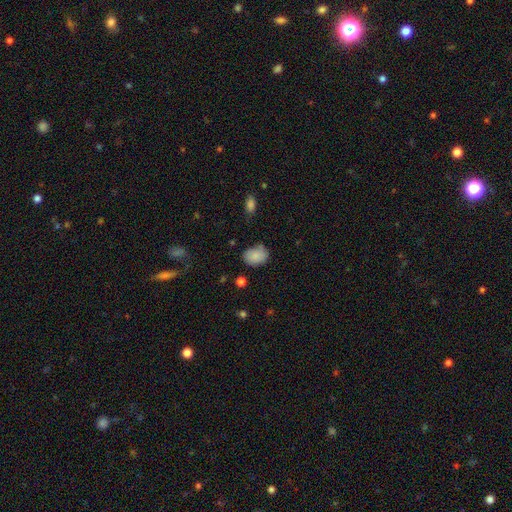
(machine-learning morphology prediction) A smooth galaxy with no disk features (86%) that is in between round and cigar-shaped (70%).

Vote fractions:
- Smooth or featured? smooth: 86% / star or artifact: 8% / featured or disk: 7%
- How rounded? in between: 70% / round: 29% / cigar-shaped: 1%
- Merging? none: 71% / minor disturbance: 22% / major disturbance: 5% / merger: 3%